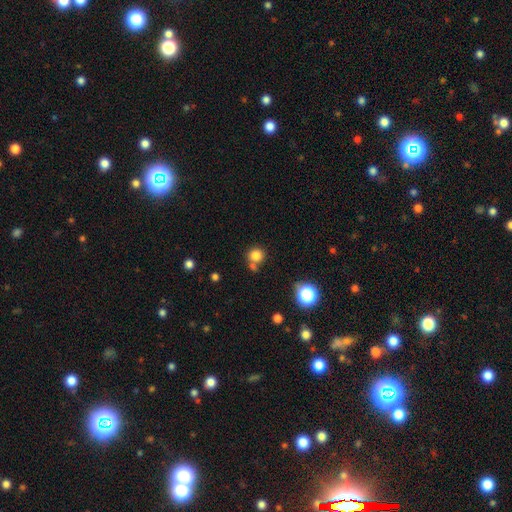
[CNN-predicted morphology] Overall: smooth (81%). How rounded: round (89%). Merging: none (63%; merger 23%).